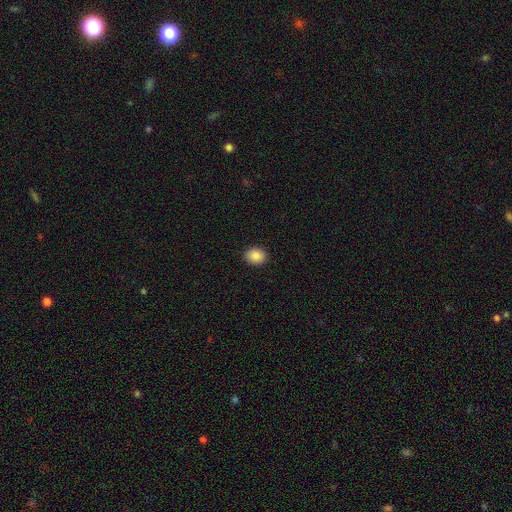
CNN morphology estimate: smooth_or_featured: smooth (p=0.89) [alt: star or artifact p=0.08]
how_rounded: in between (p=0.52) [alt: round p=0.47]
merging: none (p=0.90) [alt: minor disturbance p=0.07]